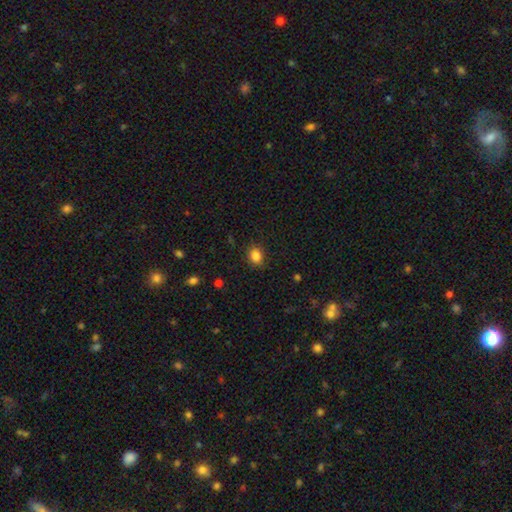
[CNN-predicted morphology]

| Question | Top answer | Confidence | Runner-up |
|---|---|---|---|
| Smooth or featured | smooth | 85% | star or artifact (11%) |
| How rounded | round | 54% | in between (45%) |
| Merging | none | 86% | minor disturbance (11%) |